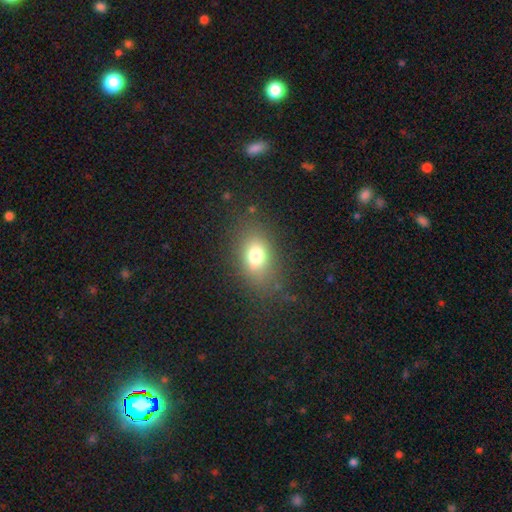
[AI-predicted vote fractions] smooth-or-featured: smooth: 73% | featured or disk: 13% | star or artifact: 13%
  how-rounded: in between: 74% | round: 24% | cigar-shaped: 2%
  merging: none: 75% | minor disturbance: 15% | major disturbance: 8% | merger: 2%